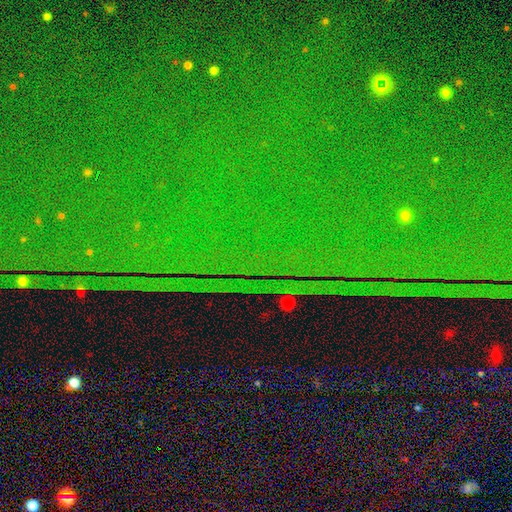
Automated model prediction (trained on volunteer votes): smooth_or_featured: star or artifact (p=0.88) [alt: featured or disk p=0.06]